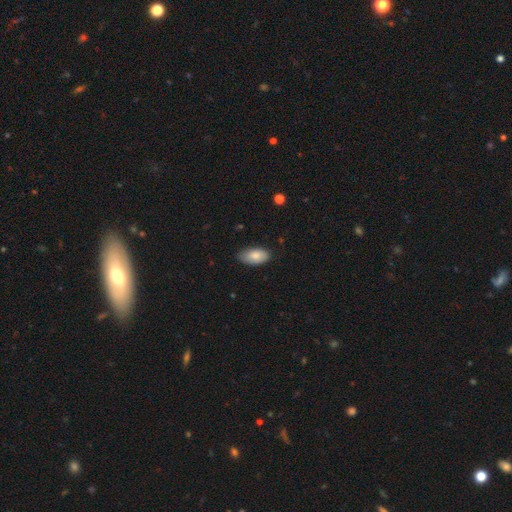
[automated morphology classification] A smooth galaxy with no disk features (83%) that is in between round and cigar-shaped (94%). Merging: none (78%).